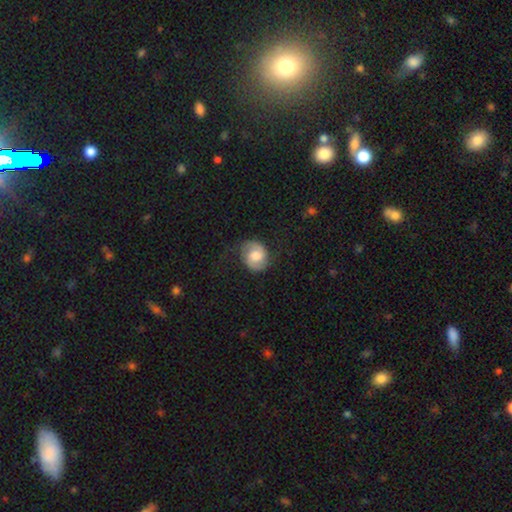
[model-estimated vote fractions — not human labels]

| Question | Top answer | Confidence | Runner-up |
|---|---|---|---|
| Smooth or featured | featured or disk | 60% | smooth (32%) |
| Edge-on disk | no | 98% | yes (2%) |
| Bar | no | 51% | weak (40%) |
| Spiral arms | yes | 91% | no (9%) |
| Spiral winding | medium | 47% | loose (27%) |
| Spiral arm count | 2 | 90% | can't tell (5%) |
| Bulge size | moderate | 55% | large (29%) |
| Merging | none | 71% | minor disturbance (18%) |